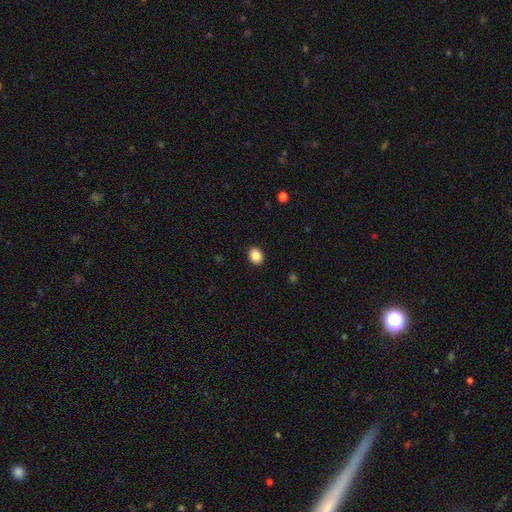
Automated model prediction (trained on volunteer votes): smooth-or-featured: smooth: 86% | star or artifact: 9% | featured or disk: 4%
  how-rounded: round: 58% | in between: 41% | cigar-shaped: 1%
  merging: none: 91% | minor disturbance: 6% | major disturbance: 2% | merger: 1%